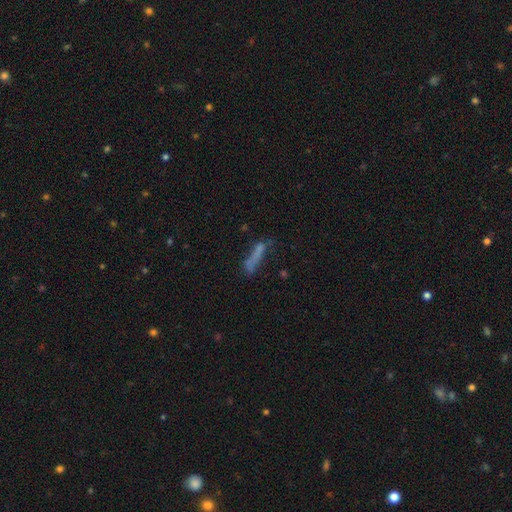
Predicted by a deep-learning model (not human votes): Overall: smooth (58%; featured or disk 27%). How rounded: cigar-shaped (83%). Merging: none (48%; minor disturbance 22%).